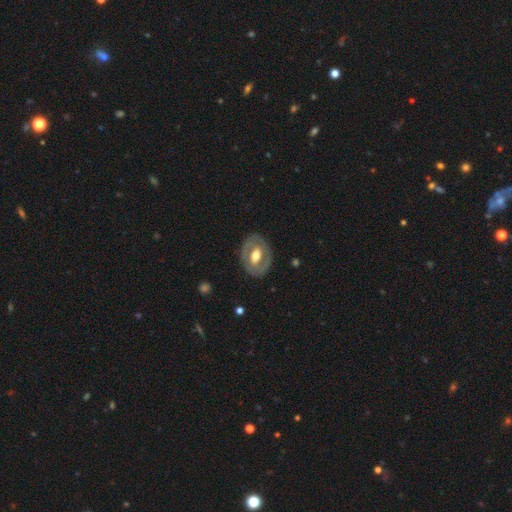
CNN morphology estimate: Q: Smooth or featured?
A: featured or disk (61%); runner-up: smooth (34%)
Q: Edge-on disk?
A: no (94%); runner-up: yes (6%)
Q: Bar?
A: no (44%); runner-up: weak (36%)
Q: Spiral arms?
A: no (68%); runner-up: yes (32%)
Q: Bulge size?
A: moderate (65%); runner-up: large (26%)
Q: Merging?
A: none (80%); runner-up: minor disturbance (14%)